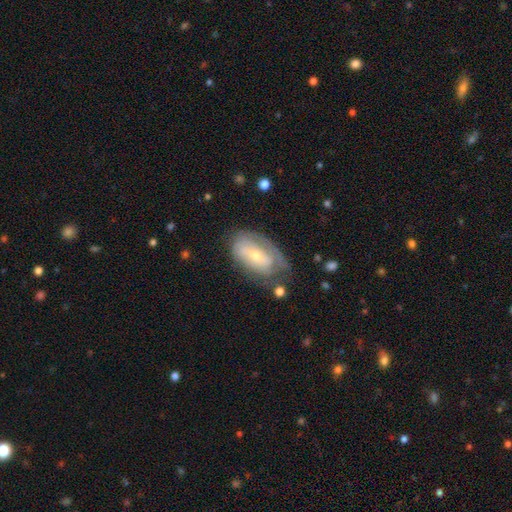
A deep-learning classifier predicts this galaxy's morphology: Smooth or featured? featured or disk (58%)
Edge-on disk? no (91%)
Bar? no (57%)
Spiral arms? yes (57%)
Bulge size? small (55%)
Merging? none (51%)